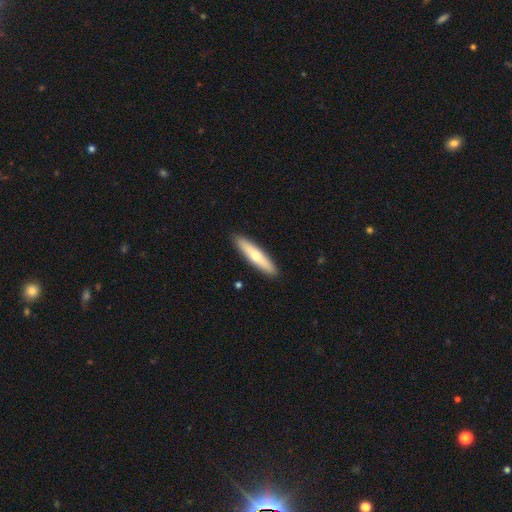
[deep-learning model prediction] smooth-or-featured: smooth: 58% | featured or disk: 37% | star or artifact: 5%
  how-rounded: cigar-shaped: 84% | in between: 15% | round: 2%
  merging: none: 91% | minor disturbance: 6% | major disturbance: 1% | merger: 1%